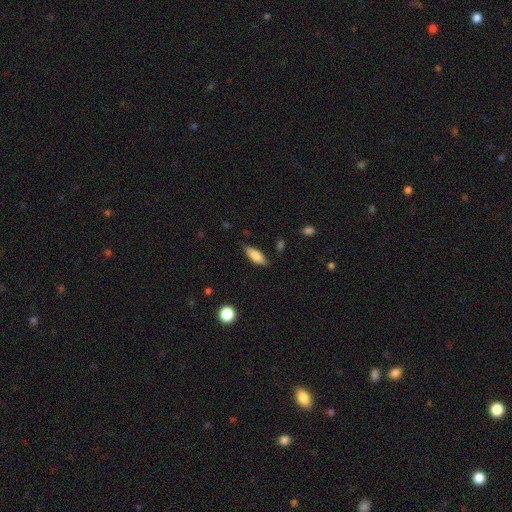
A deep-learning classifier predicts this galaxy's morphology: Smooth or featured: smooth — 83% (featured or disk — 11%)
How rounded: in between — 73% (cigar-shaped — 25%)
Merging: none — 81% (minor disturbance — 15%)